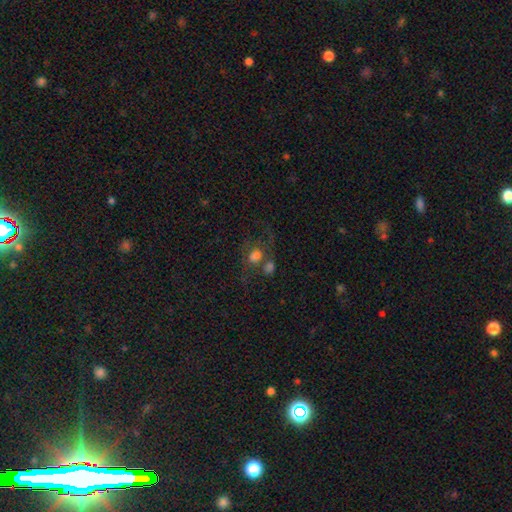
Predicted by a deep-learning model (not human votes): Morphology: type=smooth (62%); roundness=round (53%); merging=merger (37%).